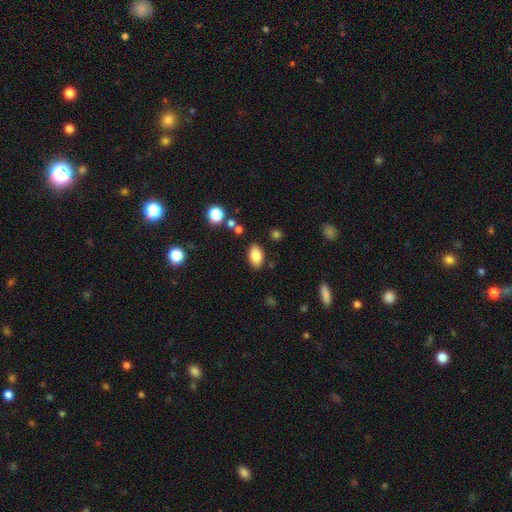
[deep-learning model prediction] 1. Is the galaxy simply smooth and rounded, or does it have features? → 84% smooth, 9% star or artifact, 7% featured or disk.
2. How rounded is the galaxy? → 92% in between, 6% round, 2% cigar-shaped.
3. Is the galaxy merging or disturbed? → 84% none, 10% minor disturbance, 3% major disturbance, 3% merger.